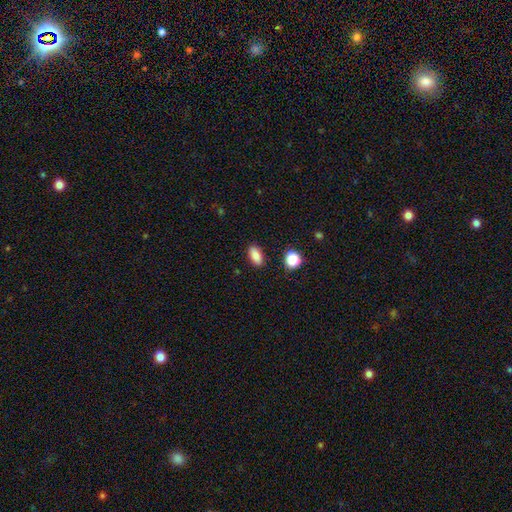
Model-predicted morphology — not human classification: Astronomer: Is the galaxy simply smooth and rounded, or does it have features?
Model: smooth — 85%.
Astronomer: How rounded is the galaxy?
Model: in between — 85%.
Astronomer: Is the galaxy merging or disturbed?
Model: none — 88%.